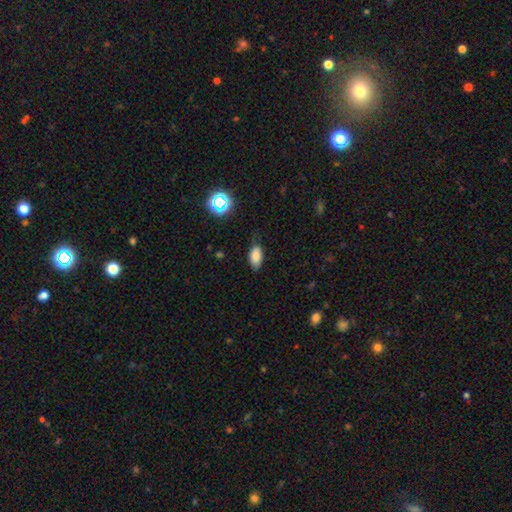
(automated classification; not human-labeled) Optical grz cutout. It shows a smooth galaxy with no disk features (82%) that is in between round and cigar-shaped (92%). Merging: none (71%).